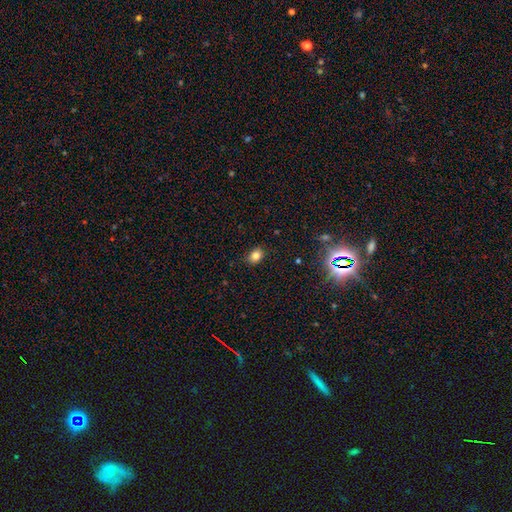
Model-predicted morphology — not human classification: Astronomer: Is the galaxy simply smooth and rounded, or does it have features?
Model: smooth — 82%.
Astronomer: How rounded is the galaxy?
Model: in between — 64%.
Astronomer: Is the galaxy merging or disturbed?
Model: none — 85%.